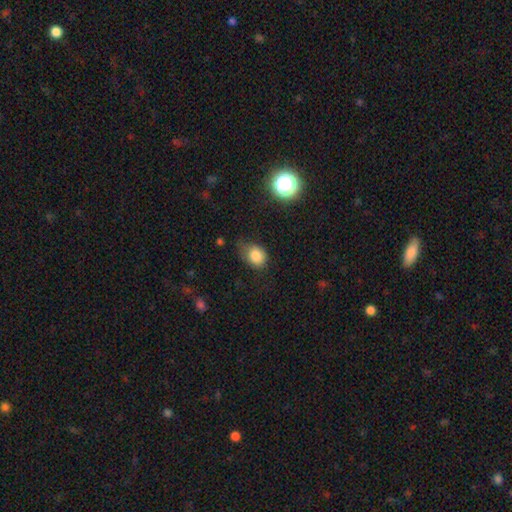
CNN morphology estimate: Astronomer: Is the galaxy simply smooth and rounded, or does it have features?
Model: smooth — 81%.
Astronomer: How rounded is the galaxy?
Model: in between — 54% (runner-up: round, 45%).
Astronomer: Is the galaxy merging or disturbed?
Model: none — 49% (runner-up: minor disturbance, 36%).